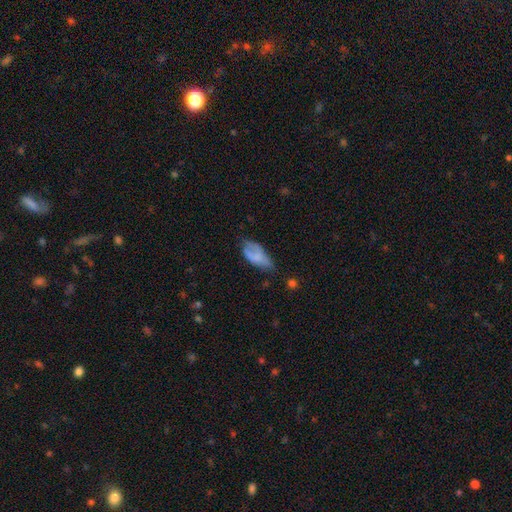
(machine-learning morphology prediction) A smooth galaxy with no disk features (64%) that is in between round and cigar-shaped (91%).

Vote fractions:
- Smooth or featured? smooth: 64% / featured or disk: 27% / star or artifact: 8%
- How rounded? in between: 91% / cigar-shaped: 6% / round: 3%
- Merging? none: 40% / minor disturbance: 35% / major disturbance: 20% / merger: 4%